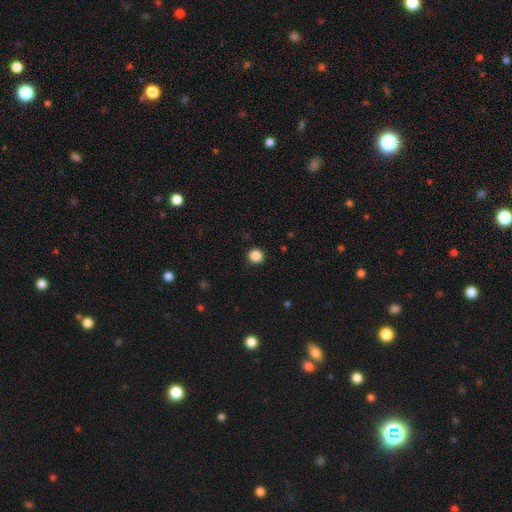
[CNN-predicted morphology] A smooth galaxy with no disk features (87%) that is round (93%). Merging: none (92%).